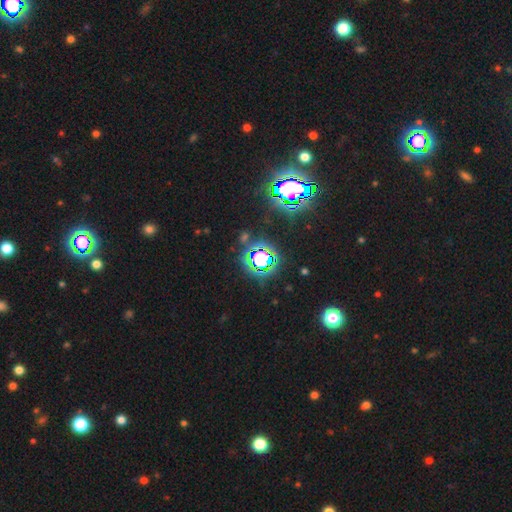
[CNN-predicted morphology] Smooth or featured: star or artifact — 80% (smooth — 12%)